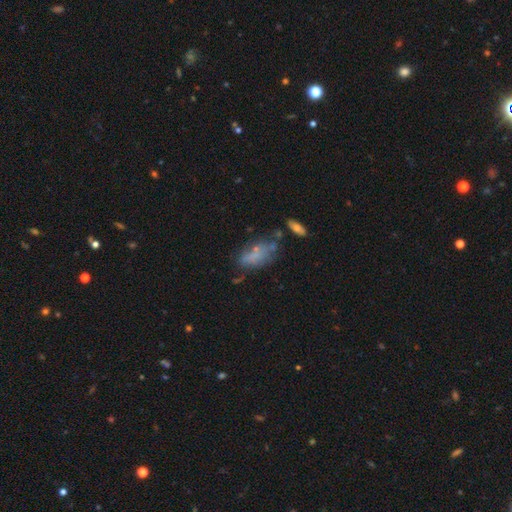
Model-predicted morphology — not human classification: smooth 60%, featured or disk 27%, star or artifact 13%. Down the decision tree: how rounded — in between (84%); merging — none (46%).